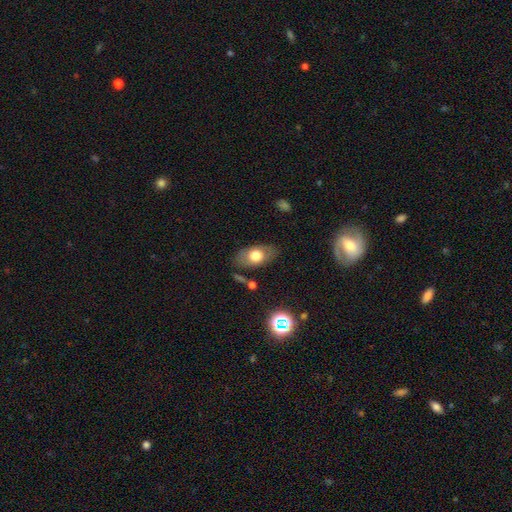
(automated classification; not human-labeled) Q: Smooth or featured?
A: smooth (65%); runner-up: featured or disk (27%)
Q: How rounded?
A: in between (88%); runner-up: round (10%)
Q: Merging?
A: none (78%); runner-up: minor disturbance (15%)